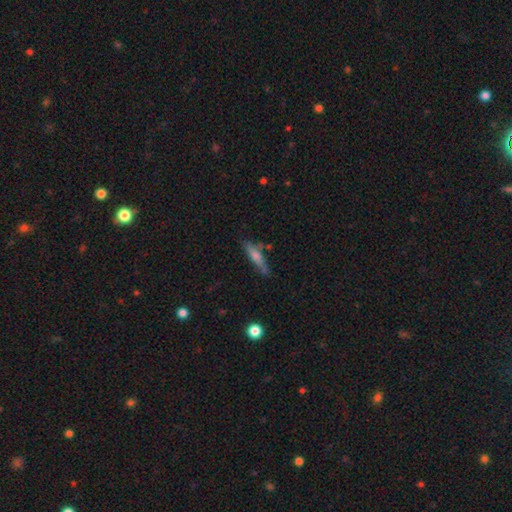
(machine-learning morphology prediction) smooth_or_featured: smooth (p=0.52) [alt: featured or disk p=0.40]
how_rounded: cigar-shaped (p=0.80) [alt: in between p=0.18]
merging: none (p=0.74) [alt: minor disturbance p=0.17]